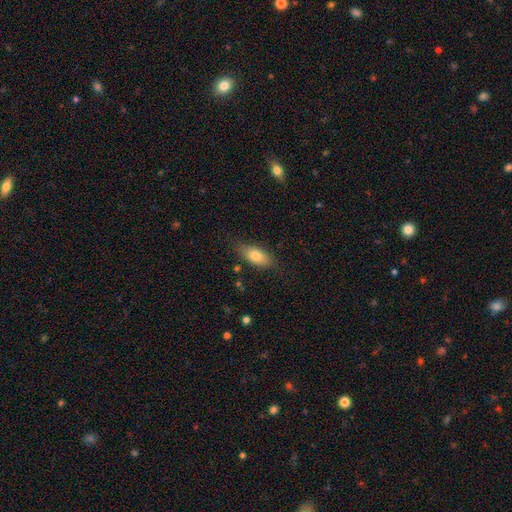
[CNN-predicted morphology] smooth-or-featured: smooth: 76% | featured or disk: 17% | star or artifact: 7%
  how-rounded: in between: 82% | cigar-shaped: 14% | round: 4%
  merging: none: 78% | minor disturbance: 17% | major disturbance: 4% | merger: 1%